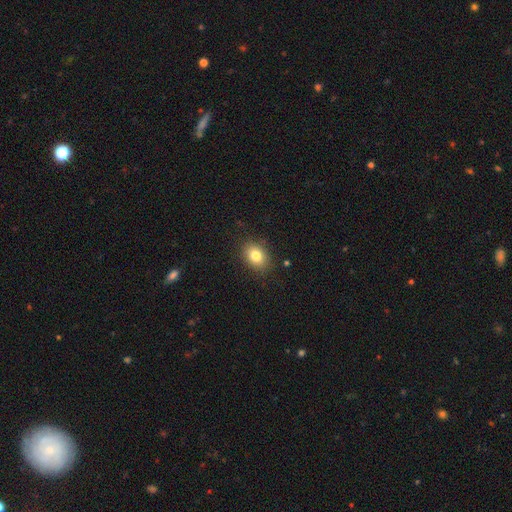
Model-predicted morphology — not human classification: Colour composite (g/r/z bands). It shows a smooth galaxy with no disk features (81%) that is in between round and cigar-shaped (60%). Merging: none (87%).